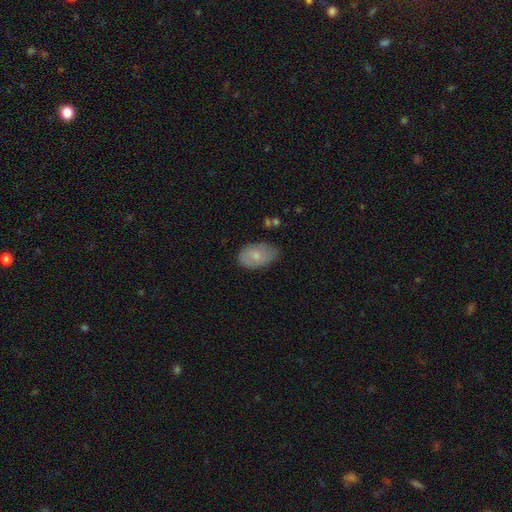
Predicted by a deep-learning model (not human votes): The model was most divided on "merging": none: 67%, minor disturbance: 26%, major disturbance: 5%, merger: 2%. More confident: how rounded — in between (90%); smooth or featured — smooth (70%).